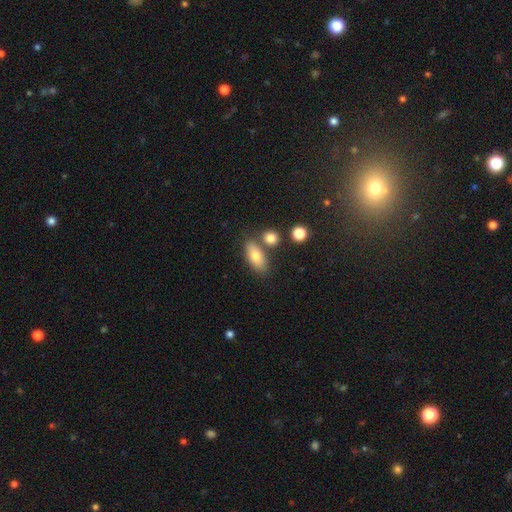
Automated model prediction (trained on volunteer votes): This appears to be a smooth galaxy with no disk features (77%) that is in between round and cigar-shaped (84%). Merging: none (68%).